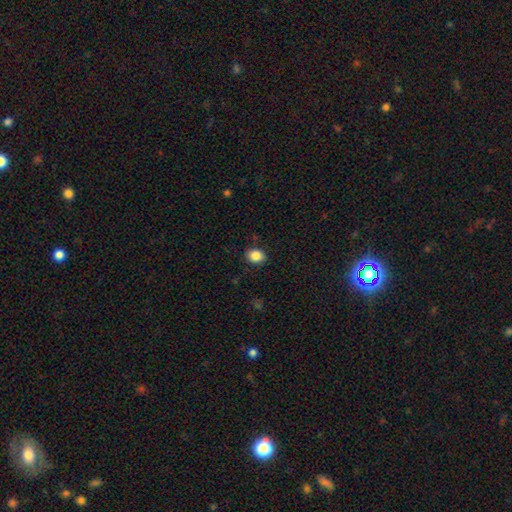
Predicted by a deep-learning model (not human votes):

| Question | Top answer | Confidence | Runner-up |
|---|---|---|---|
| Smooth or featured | smooth | 86% | star or artifact (9%) |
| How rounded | round | 50% | in between (49%) |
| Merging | none | 88% | minor disturbance (9%) |